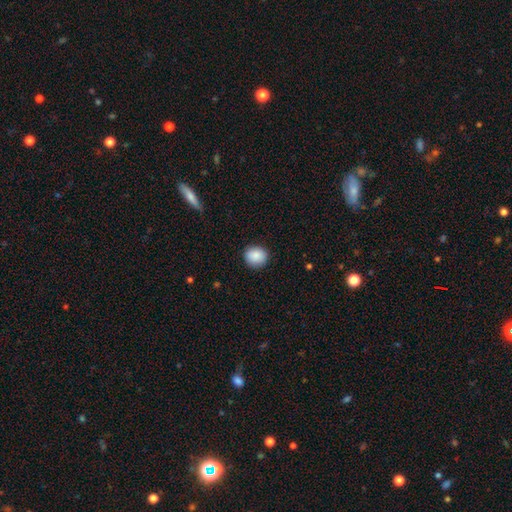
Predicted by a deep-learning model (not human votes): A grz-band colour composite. It shows a smooth galaxy with no disk features (88%) that is round (81%). Merging: none (89%).